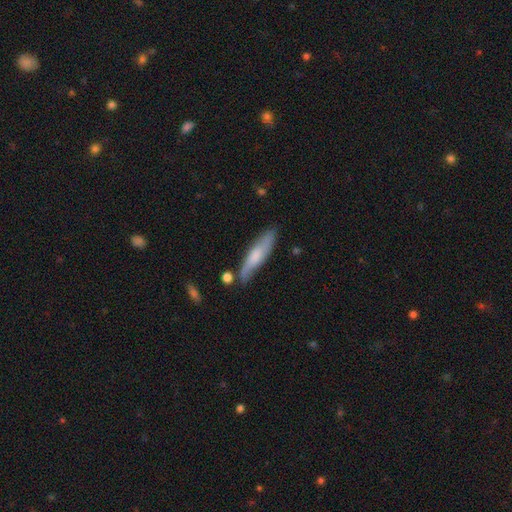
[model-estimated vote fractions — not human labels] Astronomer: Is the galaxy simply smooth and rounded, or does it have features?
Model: smooth — 56% (runner-up: featured or disk, 38%).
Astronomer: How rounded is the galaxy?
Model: cigar-shaped — 77%.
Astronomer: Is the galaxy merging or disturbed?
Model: none — 74%.